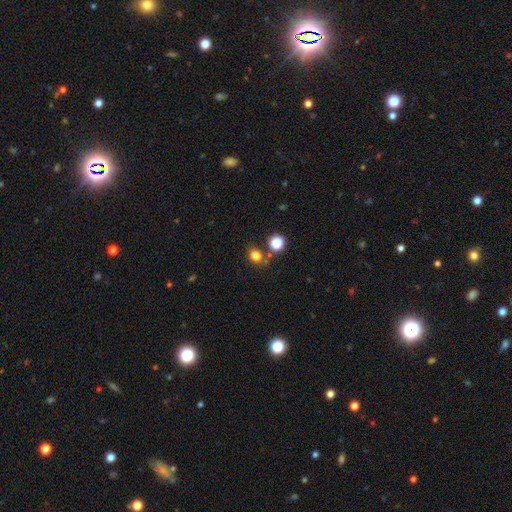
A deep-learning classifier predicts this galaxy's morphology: Overall: smooth (78%). How rounded: round (65%; in between 34%). Merging: none (71%).